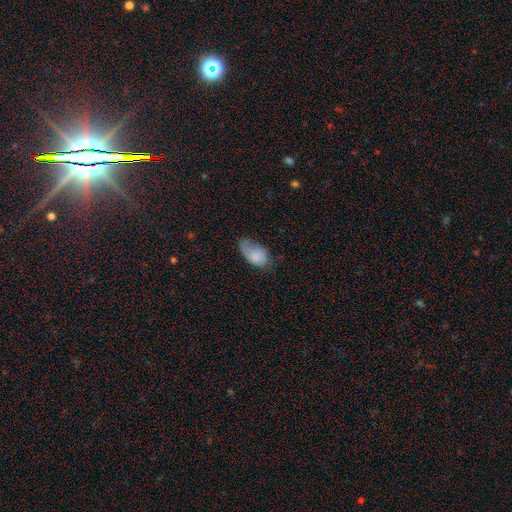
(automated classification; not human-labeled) Smooth or featured: smooth — 74% (featured or disk — 18%)
How rounded: in between — 92% (round — 6%)
Merging: minor disturbance — 38% (none — 35%)